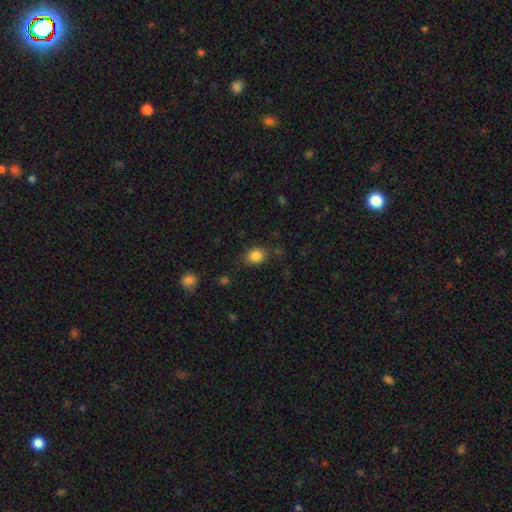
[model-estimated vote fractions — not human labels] A smooth galaxy with no disk features (86%) that is in between round and cigar-shaped (57%). Merging: none (78%).